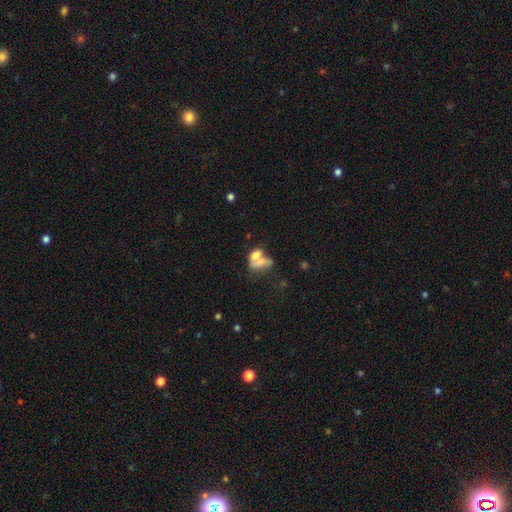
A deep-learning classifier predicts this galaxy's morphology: A smooth galaxy with no disk features (65%) that is in between round and cigar-shaped (77%).

Vote fractions:
- Smooth or featured? smooth: 65% / featured or disk: 24% / star or artifact: 11%
- How rounded? in between: 77% / round: 15% / cigar-shaped: 8%
- Merging? merger: 58% / none: 21% / major disturbance: 11% / minor disturbance: 10%